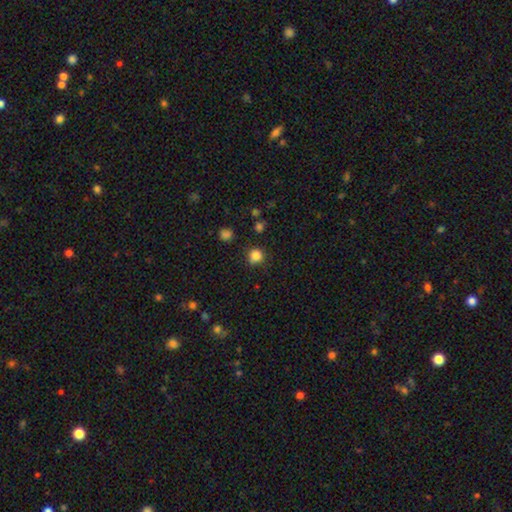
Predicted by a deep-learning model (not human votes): smooth_or_featured: smooth (p=0.84) [alt: star or artifact p=0.13]
how_rounded: round (p=0.86) [alt: in between p=0.13]
merging: none (p=0.82) [alt: minor disturbance p=0.12]